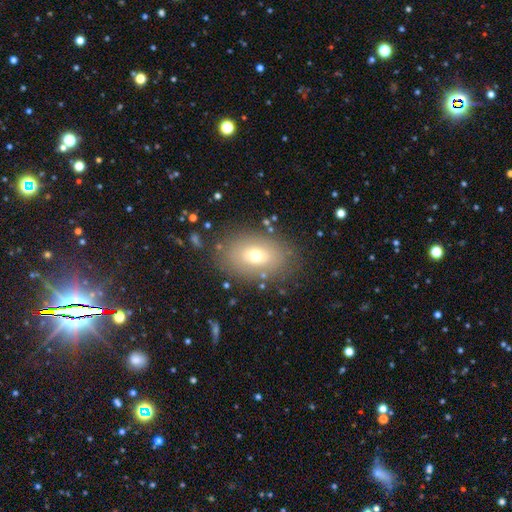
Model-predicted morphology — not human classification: smooth 64%, featured or disk 24%, star or artifact 12%. Down the decision tree: how rounded — in between (76%); merging — none (81%).